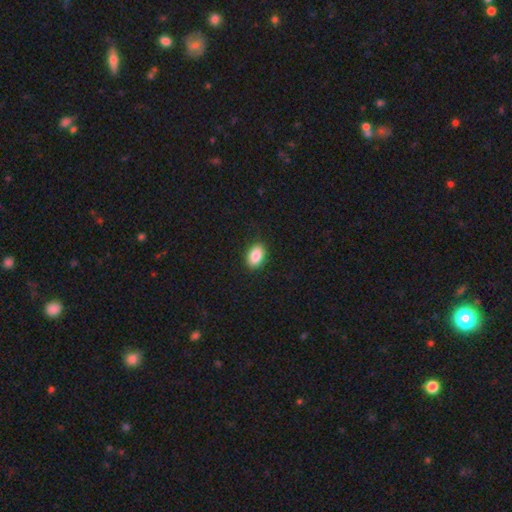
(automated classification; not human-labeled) This is clearly a smooth galaxy (89%). How rounded: clearly in between (91%). Merging: clearly none (89%).